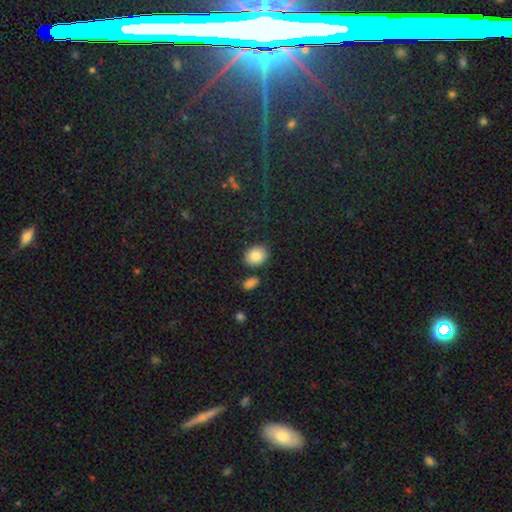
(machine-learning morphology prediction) This appears to be a smooth galaxy with no disk features (84%) that is round (57%). Merging: none (83%).